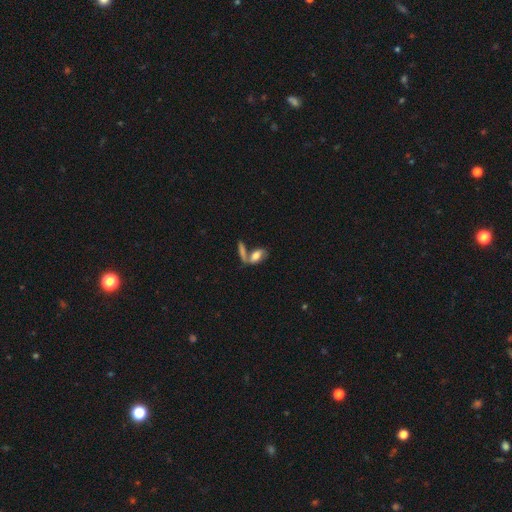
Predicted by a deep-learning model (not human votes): A smooth galaxy with no disk features (61%) that is in between round and cigar-shaped (80%).

Vote fractions:
- Smooth or featured? smooth: 61% / featured or disk: 30% / star or artifact: 9%
- How rounded? in between: 80% / cigar-shaped: 15% / round: 5%
- Merging? merger: 44% / none: 37% / minor disturbance: 11% / major disturbance: 8%